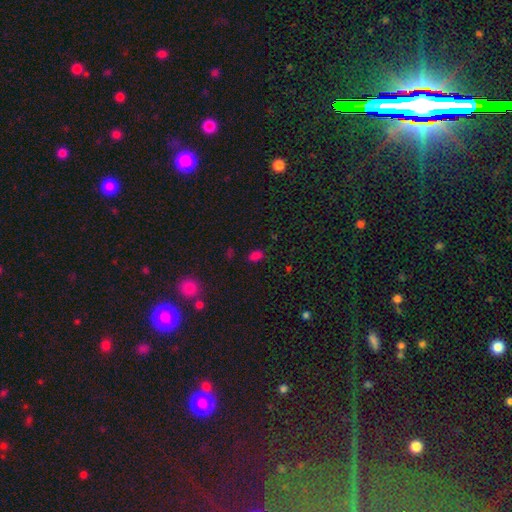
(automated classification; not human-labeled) Q: Smooth or featured?
A: smooth (70%); runner-up: star or artifact (25%)
Q: How rounded?
A: in between (83%); runner-up: round (15%)
Q: Merging?
A: none (76%); runner-up: minor disturbance (15%)